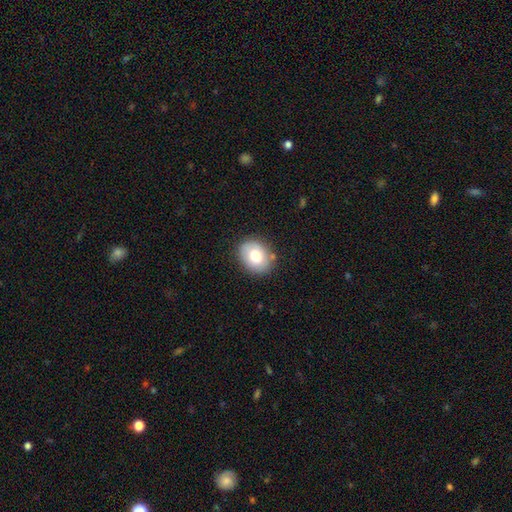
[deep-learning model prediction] A smooth galaxy with no disk features (75%) that is in between round and cigar-shaped (52%).

Vote fractions:
- Smooth or featured? smooth: 75% / featured or disk: 17% / star or artifact: 8%
- How rounded? in between: 52% / round: 47% / cigar-shaped: 1%
- Merging? none: 81% / minor disturbance: 13% / major disturbance: 3% / merger: 2%